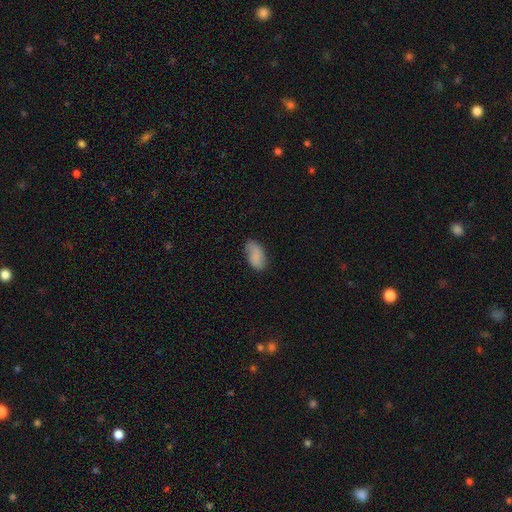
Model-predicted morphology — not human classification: A smooth galaxy with no disk features (82%) that is in between round and cigar-shaped (94%).

Vote fractions:
- Smooth or featured? smooth: 82% / featured or disk: 10% / star or artifact: 8%
- How rounded? in between: 94% / round: 3% / cigar-shaped: 2%
- Merging? none: 72% / minor disturbance: 22% / major disturbance: 5% / merger: 2%